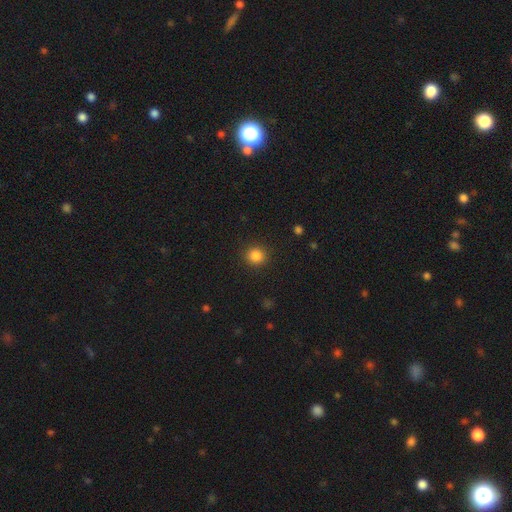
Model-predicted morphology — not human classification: smooth_or_featured: smooth (p=0.85) [alt: star or artifact p=0.11]
how_rounded: round (p=0.90) [alt: in between p=0.09]
merging: none (p=0.90) [alt: minor disturbance p=0.06]